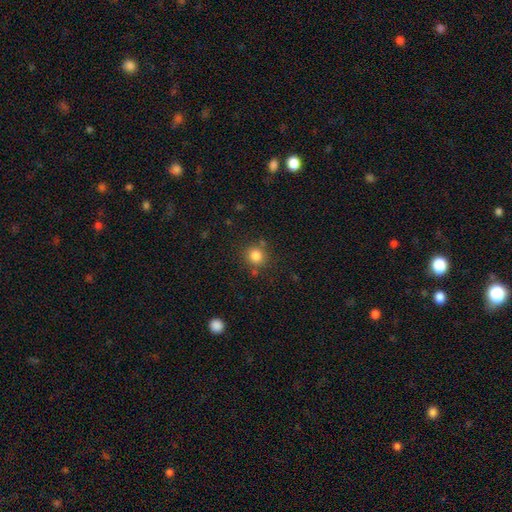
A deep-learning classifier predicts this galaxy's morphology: smooth 83%, star or artifact 12%, featured or disk 5%. Down the decision tree: how rounded — round (90%); merging — none (80%).